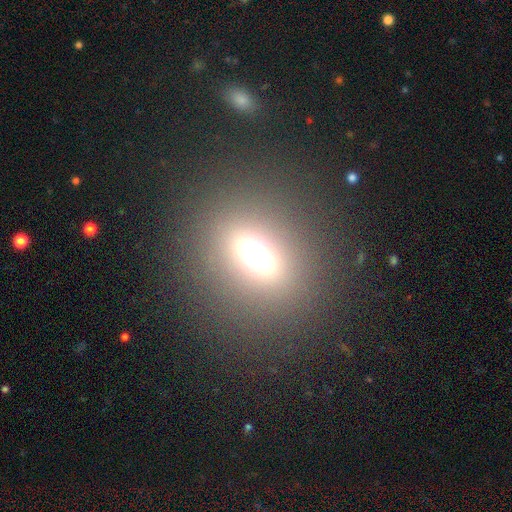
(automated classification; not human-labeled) smooth-or-featured: smooth: 56% | star or artifact: 26% | featured or disk: 17%
  how-rounded: in between: 57% | round: 39% | cigar-shaped: 4%
  merging: none: 83% | minor disturbance: 9% | major disturbance: 6% | merger: 2%